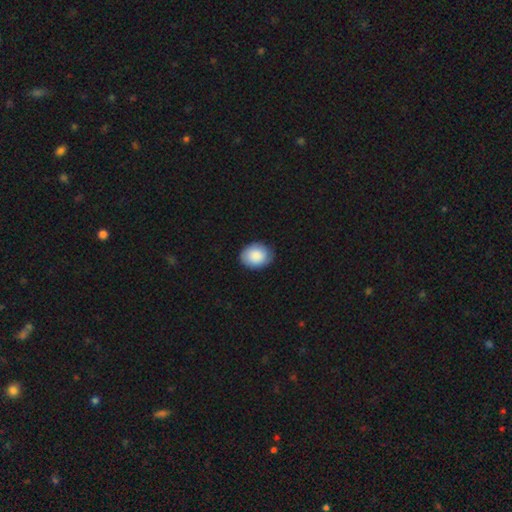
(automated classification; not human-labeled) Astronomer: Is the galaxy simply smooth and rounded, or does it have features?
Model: smooth — 88%.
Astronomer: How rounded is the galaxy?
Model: in between — 56% (runner-up: round, 43%).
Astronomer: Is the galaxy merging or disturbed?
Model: none — 83%.